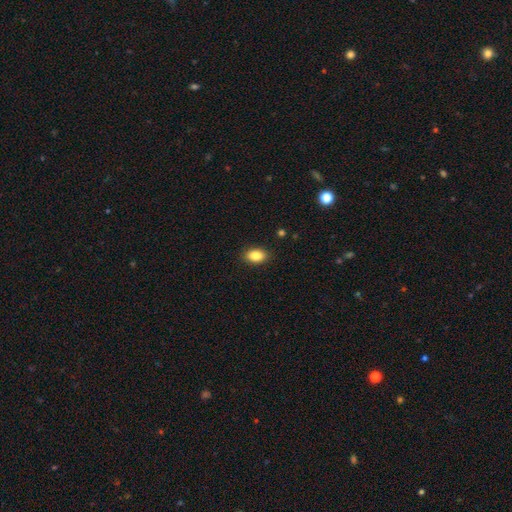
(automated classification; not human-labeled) Morphology: type=smooth (86%); roundness=in between (86%); merging=none (89%).